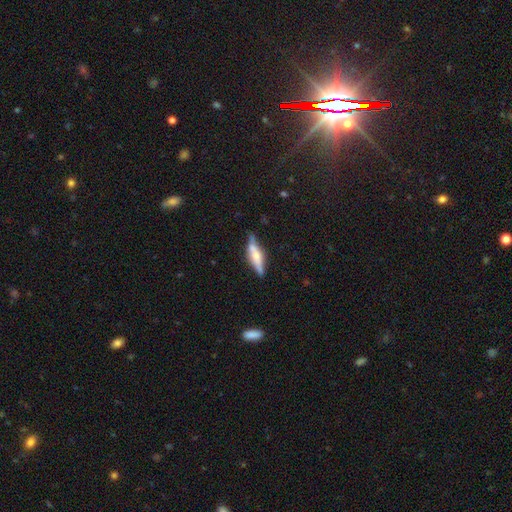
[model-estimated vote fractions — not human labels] Q: Smooth or featured?
A: featured or disk (54%); runner-up: smooth (39%)
Q: Edge-on disk?
A: yes (90%); runner-up: no (10%)
Q: Merging?
A: none (74%); runner-up: minor disturbance (19%)